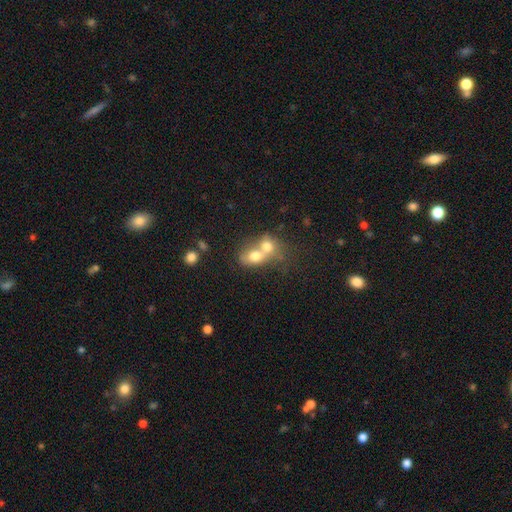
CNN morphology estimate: This appears to be a smooth galaxy with no disk features (69%) that is in between round and cigar-shaped (50%). Merging: merger (75%).